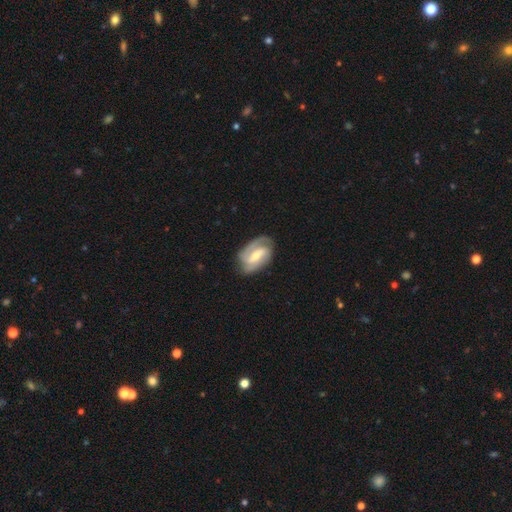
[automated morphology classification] Smooth or featured?
  - featured or disk: 83% *
  - smooth: 13%
  - star or artifact: 4%
Edge-on disk?
  - no: 97% *
  - yes: 3%
Bar?
  - weak: 44% *
  - strong: 39%
  - no: 17%
Spiral arms?
  - yes: 95% *
  - no: 5%
Spiral winding?
  - medium: 44% *
  - tight: 41%
  - loose: 15%
Spiral arm count?
  - 2: 66% *
  - 3: 14%
  - can't tell: 10%
  - 1: 5%
  - 4: 2%
  - more than 4: 2%
Bulge size?
  - moderate: 55% *
  - small: 39%
  - large: 3%
  - none: 2%
  - dominant: 1%
Merging?
  - none: 72% *
  - minor disturbance: 19%
  - major disturbance: 7%
  - merger: 1%